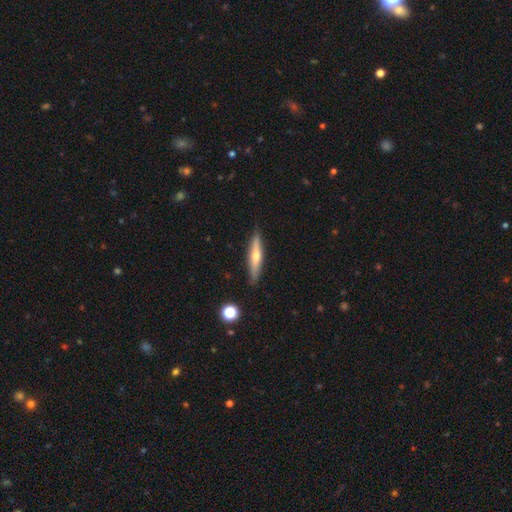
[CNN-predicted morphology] Smooth or featured? featured or disk (54%)
Edge-on disk? yes (94%)
Edge-on bulge? rounded (86%)
Merging? none (89%)